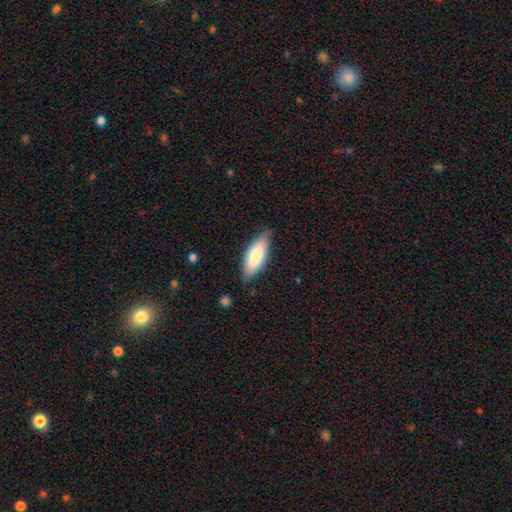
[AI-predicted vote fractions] This appears to be a smooth galaxy with no disk features (78%) that is in between round and cigar-shaped (70%). Merging: none (78%).